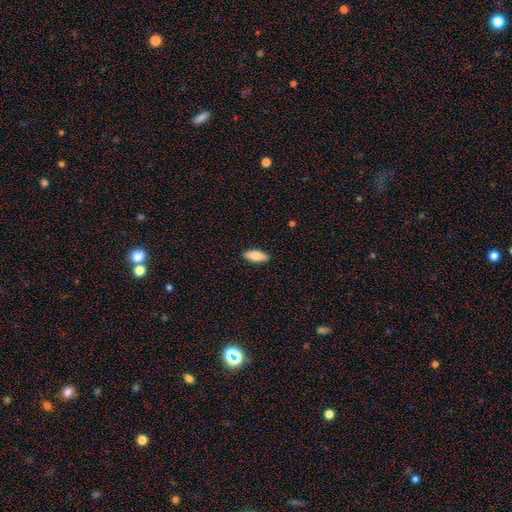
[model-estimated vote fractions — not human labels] smooth 82%, featured or disk 12%, star or artifact 6%. Down the decision tree: how rounded — in between (77%); merging — none (90%).